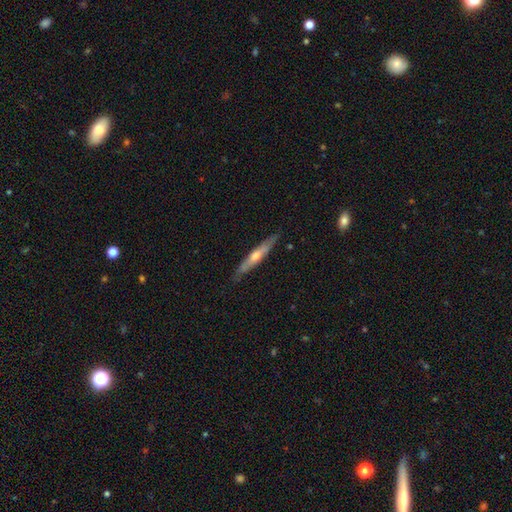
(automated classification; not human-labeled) A featured or disk galaxy (57%) viewed edge-on (90%) with a rounded central bulge (76%). Merging: none (85%).